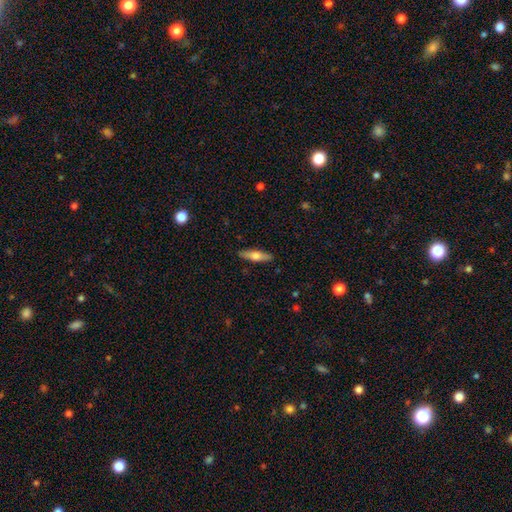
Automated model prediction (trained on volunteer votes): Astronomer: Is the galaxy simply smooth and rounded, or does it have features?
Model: smooth — 60%.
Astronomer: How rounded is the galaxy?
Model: cigar-shaped — 67%.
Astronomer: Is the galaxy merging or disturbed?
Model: none — 89%.